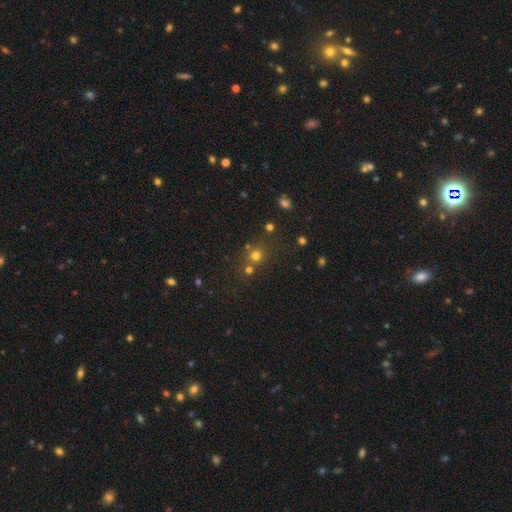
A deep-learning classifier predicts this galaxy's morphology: Smooth or featured? smooth (68%)
How rounded? round (87%)
Merging? none (66%)